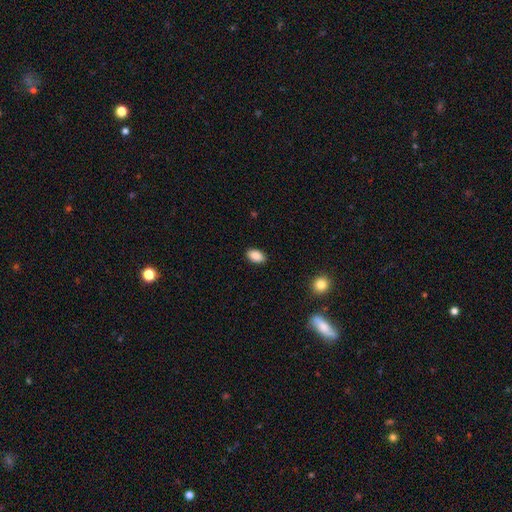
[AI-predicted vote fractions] smooth_or_featured: smooth (p=0.89) [alt: star or artifact p=0.08]
how_rounded: in between (p=0.92) [alt: round p=0.06]
merging: none (p=0.88) [alt: minor disturbance p=0.09]